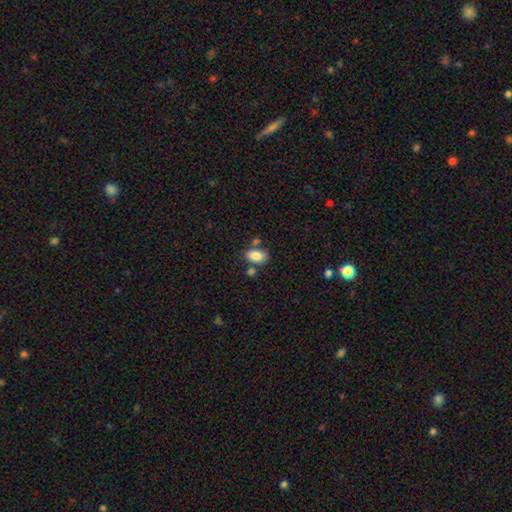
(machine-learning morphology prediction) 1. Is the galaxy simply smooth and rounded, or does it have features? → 86% smooth, 8% star or artifact, 6% featured or disk.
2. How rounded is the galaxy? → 90% in between, 8% round, 2% cigar-shaped.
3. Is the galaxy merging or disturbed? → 66% none, 16% merger, 15% minor disturbance, 4% major disturbance.